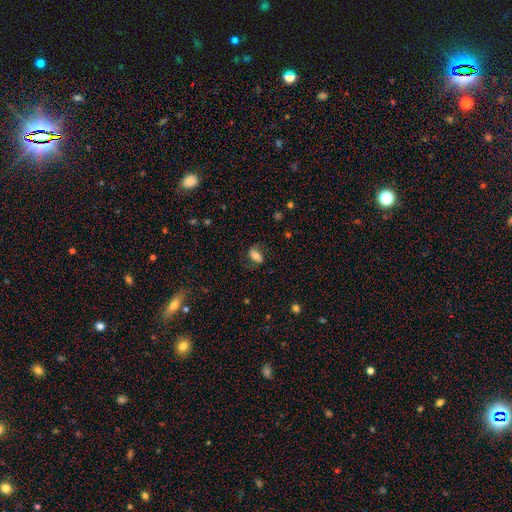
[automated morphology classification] smooth_or_featured: smooth (p=0.59) [alt: featured or disk p=0.31]
how_rounded: in between (p=0.83) [alt: cigar-shaped p=0.09]
merging: none (p=0.68) [alt: minor disturbance p=0.20]